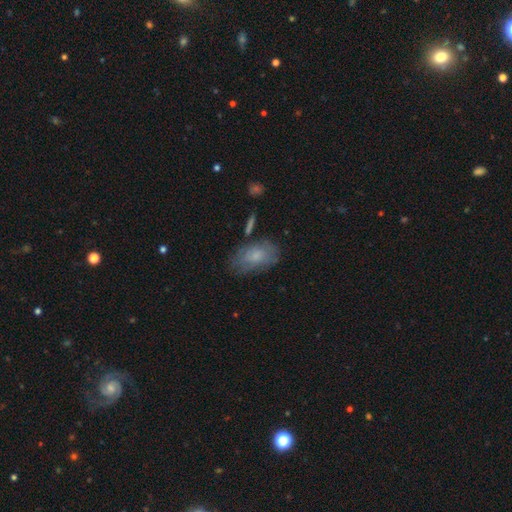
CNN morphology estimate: This is likely a smooth galaxy (68%). How rounded: clearly in between (92%). Merging: likely none (63%).